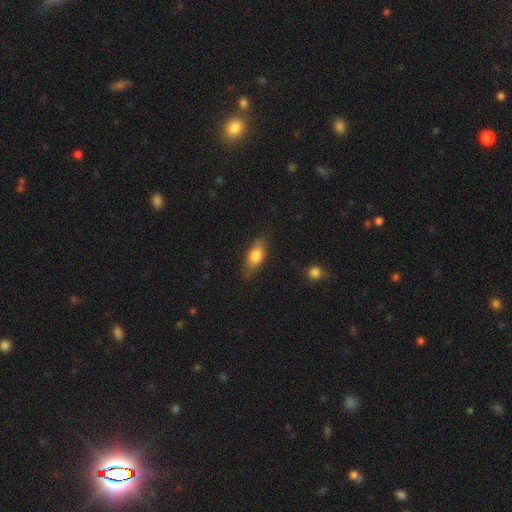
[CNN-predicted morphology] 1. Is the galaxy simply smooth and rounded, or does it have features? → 75% smooth, 18% featured or disk, 7% star or artifact.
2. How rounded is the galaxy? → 82% in between, 13% cigar-shaped, 5% round.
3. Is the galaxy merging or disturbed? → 75% none, 19% minor disturbance, 4% major disturbance, 2% merger.